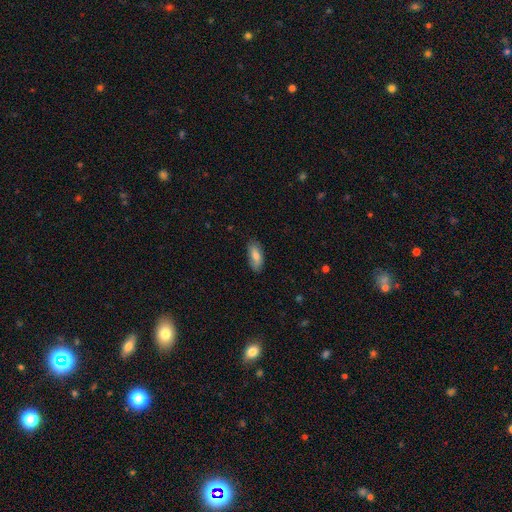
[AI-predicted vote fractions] Q: Smooth or featured?
A: smooth (76%); runner-up: featured or disk (18%)
Q: How rounded?
A: in between (83%); runner-up: cigar-shaped (14%)
Q: Merging?
A: none (80%); runner-up: minor disturbance (16%)